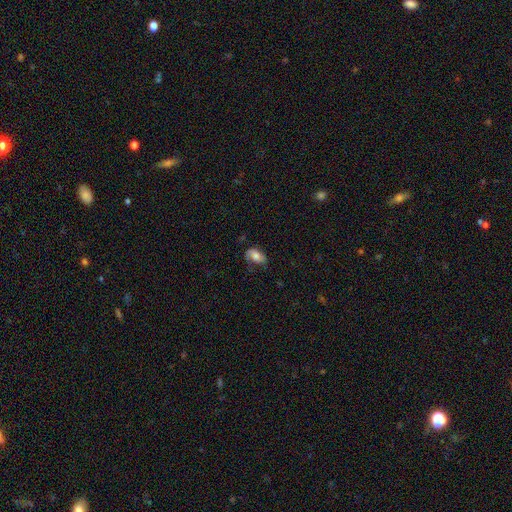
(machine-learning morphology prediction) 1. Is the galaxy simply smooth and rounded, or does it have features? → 59% smooth, 33% featured or disk, 8% star or artifact.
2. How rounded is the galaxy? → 90% in between, 8% round, 2% cigar-shaped.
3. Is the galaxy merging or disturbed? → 49% none, 29% minor disturbance, 20% major disturbance, 2% merger.